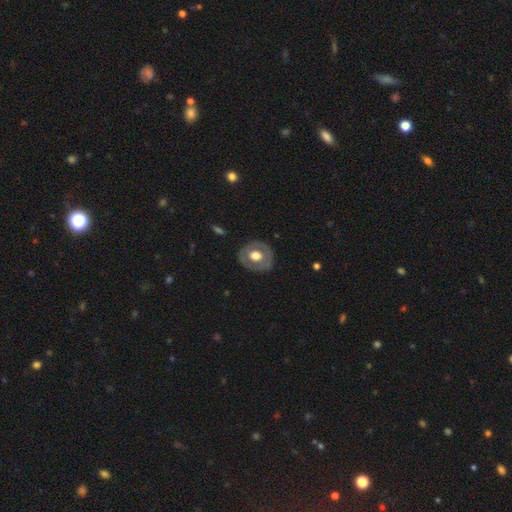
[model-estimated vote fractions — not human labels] Overall: smooth (47%, tied with featured or disk). Merging: none (83%).